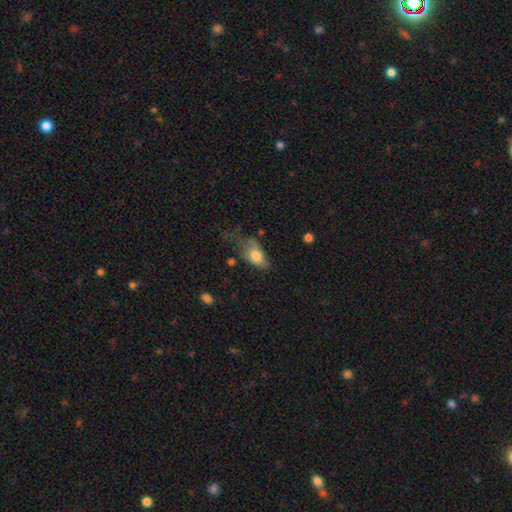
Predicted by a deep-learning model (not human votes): smooth_or_featured: smooth (p=0.74) [alt: featured or disk p=0.19]
how_rounded: in between (p=0.85) [alt: round p=0.10]
merging: major disturbance (p=0.37) [alt: minor disturbance p=0.31]